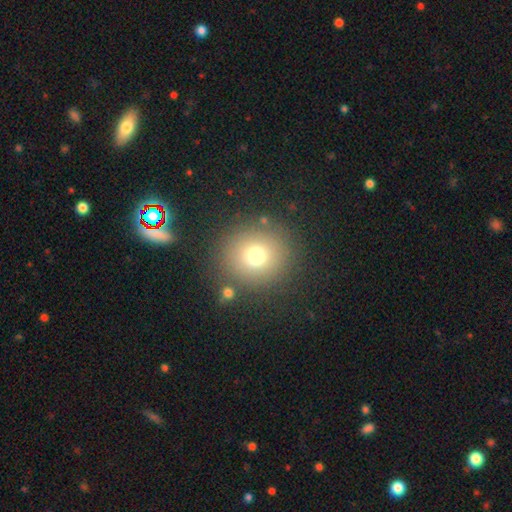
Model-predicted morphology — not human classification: A smooth galaxy with no disk features (73%) that is round (89%). Merging: none (85%).